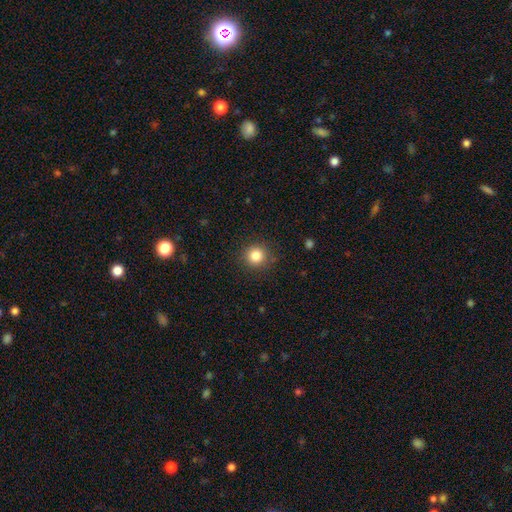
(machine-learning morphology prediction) Q: Smooth or featured?
A: smooth (84%); runner-up: star or artifact (11%)
Q: How rounded?
A: round (93%); runner-up: in between (6%)
Q: Merging?
A: none (88%); runner-up: minor disturbance (8%)